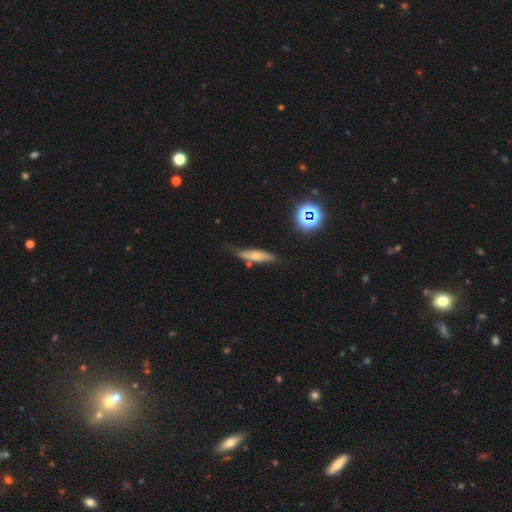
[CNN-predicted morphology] A smooth galaxy with no disk features (48%).

Vote fractions:
- Smooth or featured? smooth: 48% / featured or disk: 42% / star or artifact: 10%
- Merging? none: 64% / minor disturbance: 25% / major disturbance: 6% / merger: 5%